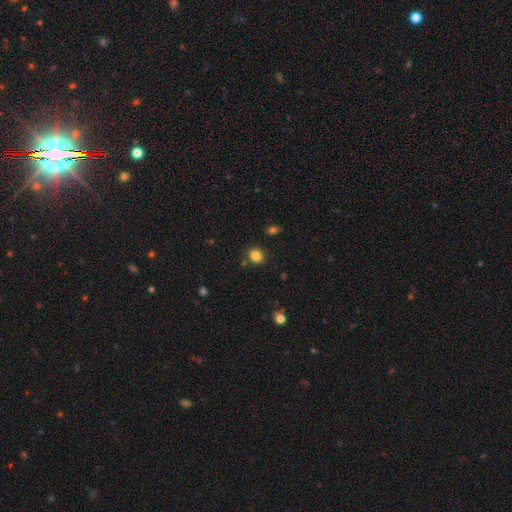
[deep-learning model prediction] Smooth or featured?
  - smooth: 84% *
  - star or artifact: 12%
  - featured or disk: 4%
How rounded?
  - round: 82% *
  - in between: 17%
  - cigar-shaped: 1%
Merging?
  - none: 85% *
  - minor disturbance: 9%
  - merger: 4%
  - major disturbance: 2%